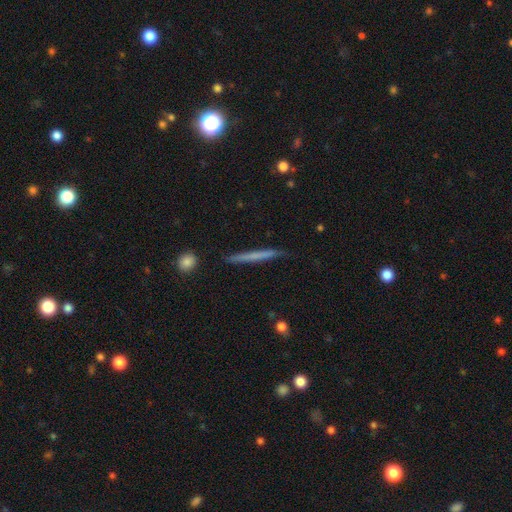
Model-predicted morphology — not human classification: smooth 55%, featured or disk 39%, star or artifact 6%. Down the decision tree: how rounded — cigar-shaped (97%); merging — none (89%).